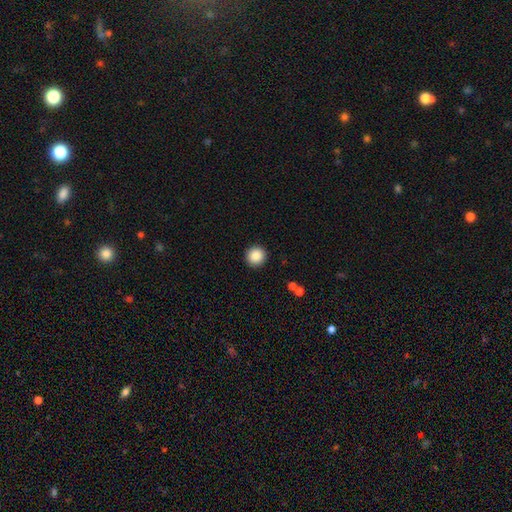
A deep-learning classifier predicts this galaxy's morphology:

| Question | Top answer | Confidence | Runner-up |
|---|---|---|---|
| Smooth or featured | smooth | 88% | star or artifact (9%) |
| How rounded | round | 95% | in between (4%) |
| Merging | none | 93% | minor disturbance (5%) |